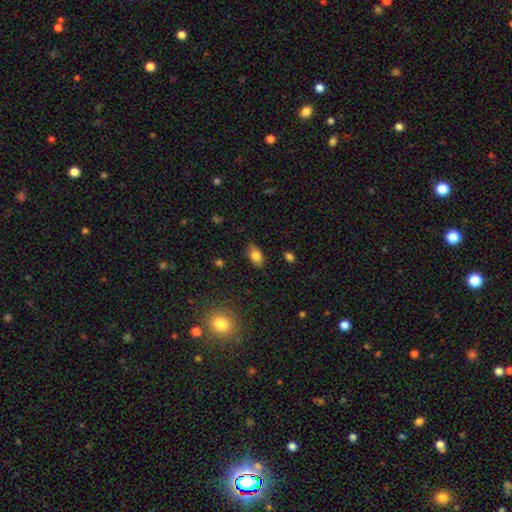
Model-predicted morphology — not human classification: Smooth or featured: smooth — 81% (featured or disk — 10%)
How rounded: in between — 89% (round — 8%)
Merging: none — 85% (minor disturbance — 11%)